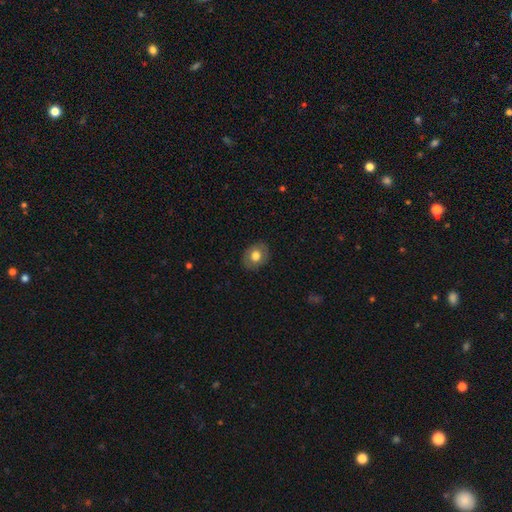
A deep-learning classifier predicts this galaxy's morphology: Overall: smooth (70%). How rounded: in between (50%; round 49%). Merging: none (86%).